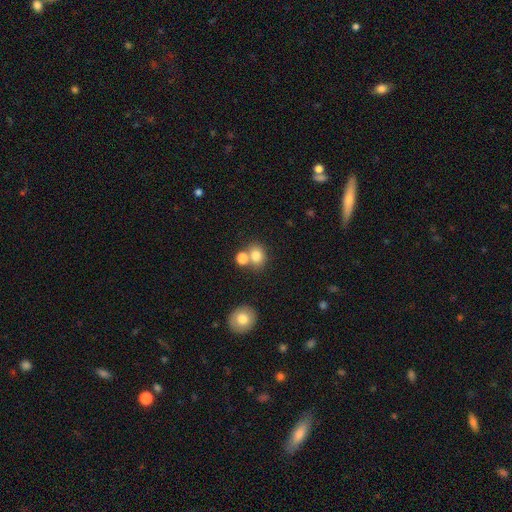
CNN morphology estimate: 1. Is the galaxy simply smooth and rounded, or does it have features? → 79% smooth, 12% star or artifact, 9% featured or disk.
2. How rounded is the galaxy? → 67% round, 32% in between, 1% cigar-shaped.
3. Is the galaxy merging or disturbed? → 54% none, 34% merger, 9% minor disturbance, 3% major disturbance.